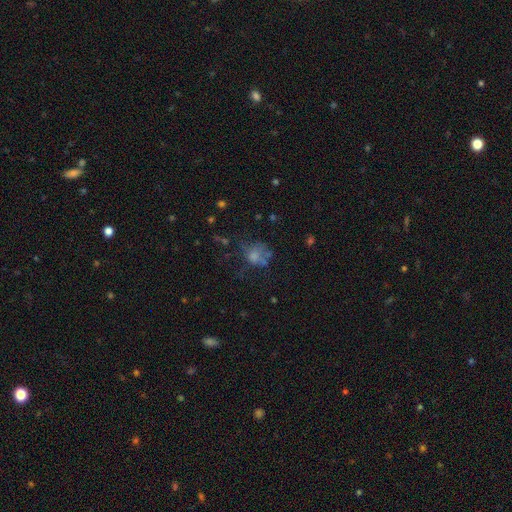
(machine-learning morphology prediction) Q: Smooth or featured?
A: smooth (57%); runner-up: featured or disk (26%)
Q: How rounded?
A: round (59%); runner-up: in between (40%)
Q: Merging?
A: none (38%); runner-up: major disturbance (29%)